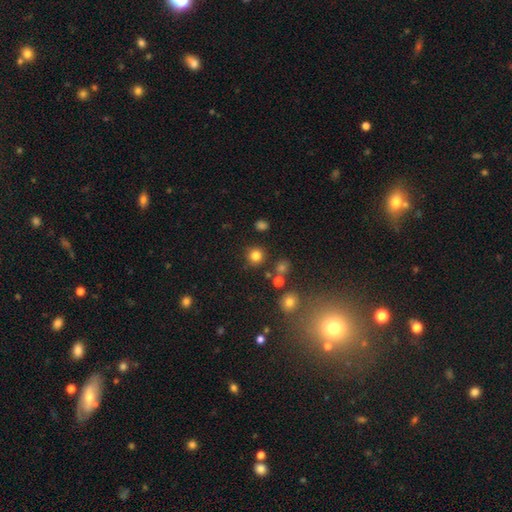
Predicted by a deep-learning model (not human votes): Overall: smooth (80%). How rounded: round (93%). Merging: none (86%).